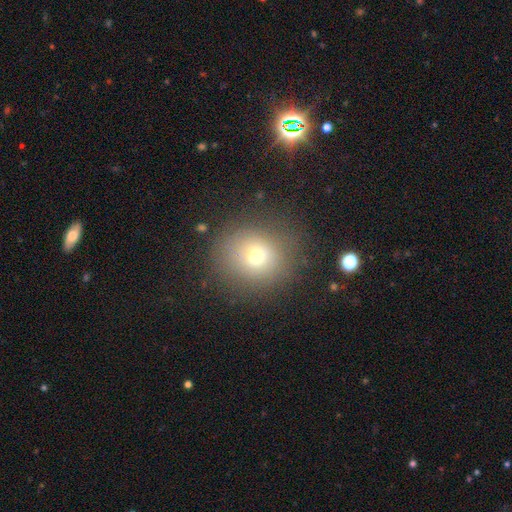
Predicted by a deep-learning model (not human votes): smooth 69%, star or artifact 16%, featured or disk 15%. Down the decision tree: how rounded — round (82%); merging — none (79%).